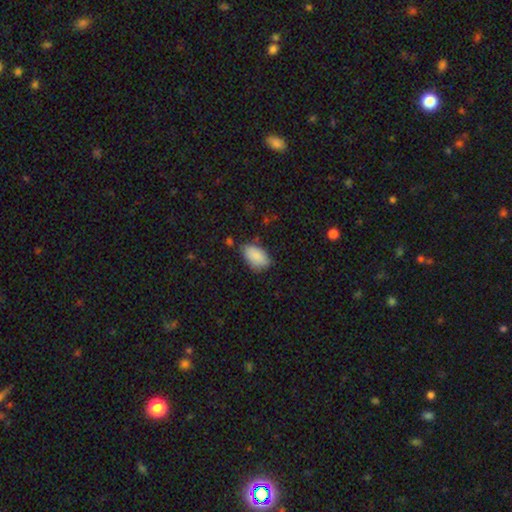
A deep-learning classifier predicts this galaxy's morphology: smooth_or_featured: smooth (p=0.88) [alt: star or artifact p=0.07]
how_rounded: in between (p=0.93) [alt: round p=0.05]
merging: none (p=0.71) [alt: minor disturbance p=0.22]